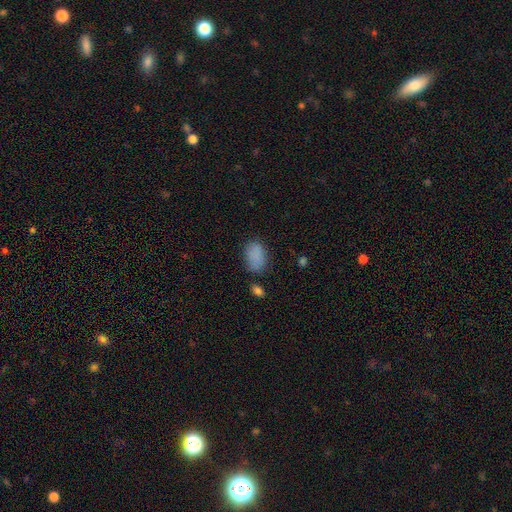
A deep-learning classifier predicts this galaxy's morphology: Smooth or featured?
  - smooth: 86% *
  - star or artifact: 9%
  - featured or disk: 5%
How rounded?
  - in between: 91% *
  - round: 8%
  - cigar-shaped: 2%
Merging?
  - none: 70% *
  - minor disturbance: 20%
  - major disturbance: 6%
  - merger: 4%